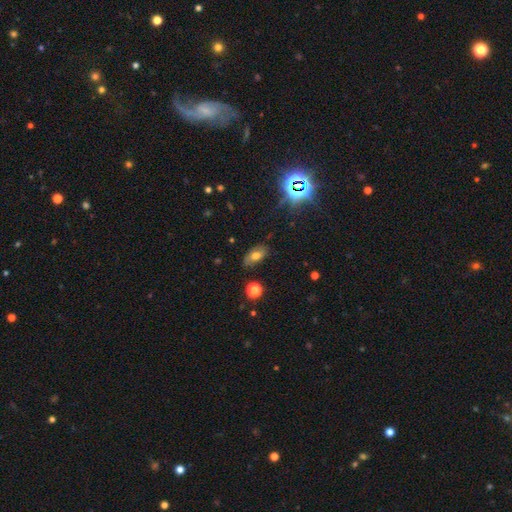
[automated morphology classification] The model was most divided on "smooth or featured": smooth: 62%, featured or disk: 23%, star or artifact: 15%. More confident: how rounded — in between (88%); merging — none (74%).